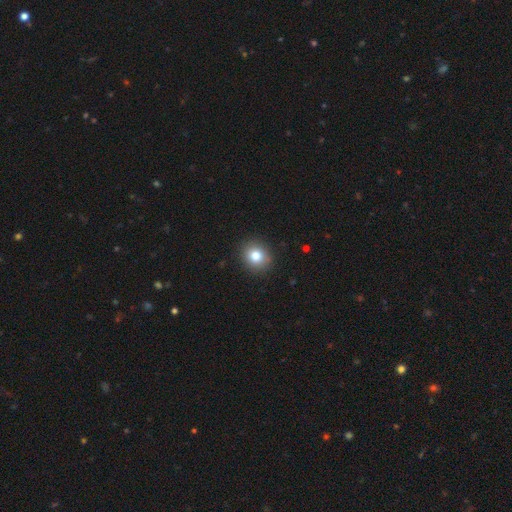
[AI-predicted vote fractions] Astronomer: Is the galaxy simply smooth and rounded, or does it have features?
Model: smooth — 80%.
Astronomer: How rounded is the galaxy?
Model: round — 81%.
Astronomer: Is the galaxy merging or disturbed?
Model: none — 91%.